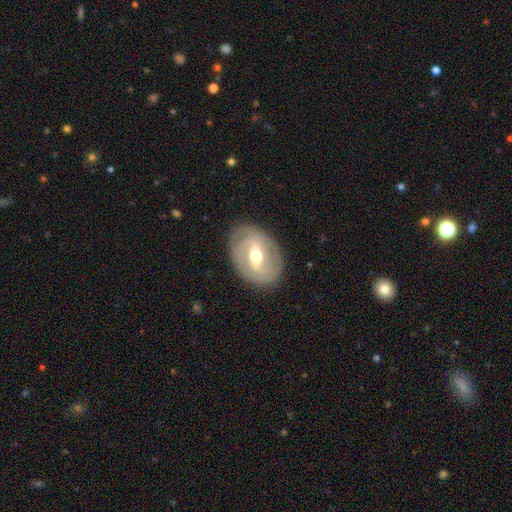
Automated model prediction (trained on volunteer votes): Smooth or featured? Predicted: featured or disk (p=0.79). Edge-on disk? Predicted: no (p=0.95). Bar? Predicted: strong (p=0.43). Spiral arms? Predicted: yes (p=0.79). Spiral winding? Predicted: tight (p=0.54). Spiral arm count? Predicted: 2 (p=0.64). Bulge size? Predicted: moderate (p=0.73). Merging? Predicted: none (p=0.82).